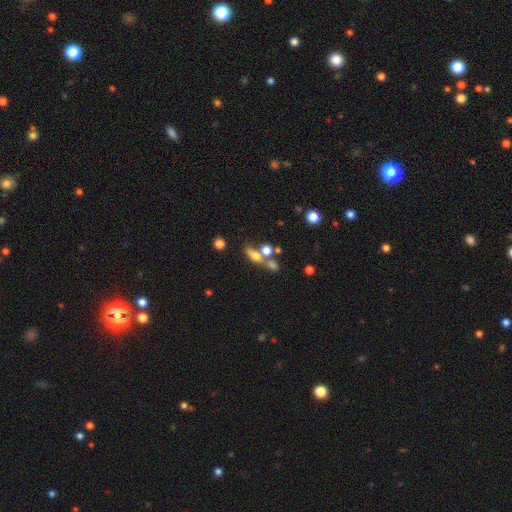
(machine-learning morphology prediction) Smooth or featured: smooth — 59% (featured or disk — 26%)
How rounded: in between — 54% (round — 26%)
Merging: merger — 41% (none — 38%)